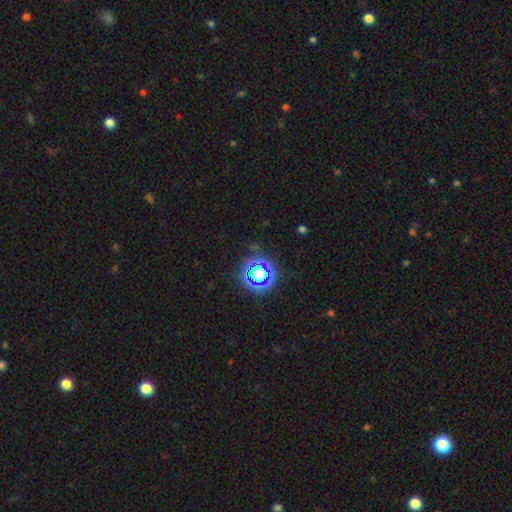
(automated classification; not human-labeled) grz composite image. It shows a star or artifact, not a galaxy (79%).